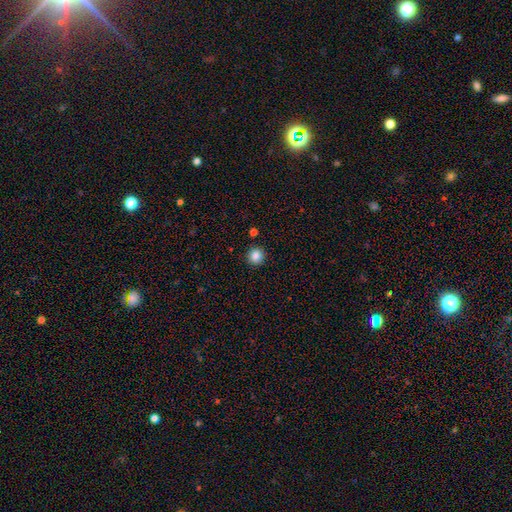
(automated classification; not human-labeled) Smooth or featured: smooth — 86% (star or artifact — 11%)
How rounded: round — 94% (in between — 5%)
Merging: none — 90% (minor disturbance — 6%)